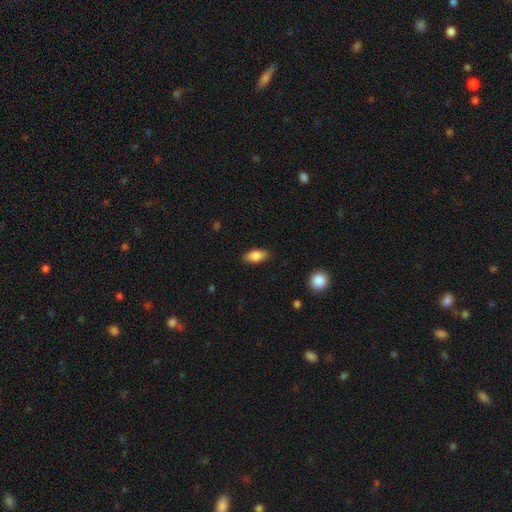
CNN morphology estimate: Smooth or featured? Predicted: smooth (p=0.83). How rounded? Predicted: in between (p=0.89). Merging? Predicted: none (p=0.87).